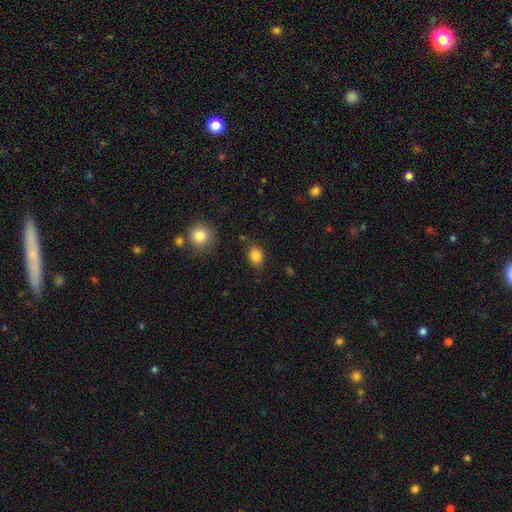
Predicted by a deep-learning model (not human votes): Smooth or featured?
  - smooth: 85% *
  - star or artifact: 10%
  - featured or disk: 5%
How rounded?
  - in between: 69% *
  - round: 30%
  - cigar-shaped: 1%
Merging?
  - none: 78% *
  - minor disturbance: 15%
  - major disturbance: 4%
  - merger: 3%